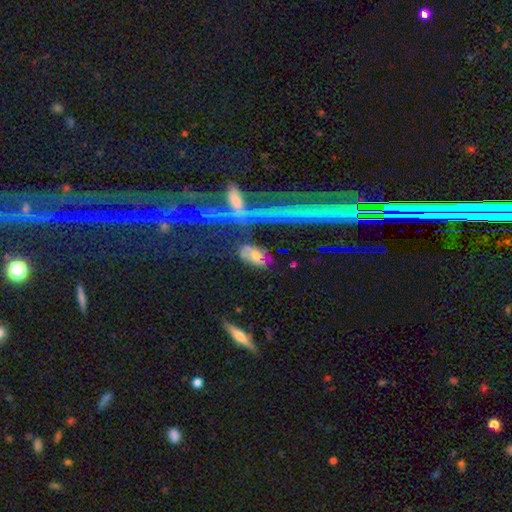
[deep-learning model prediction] Morphology: type=smooth (46%); merging=none (59%).